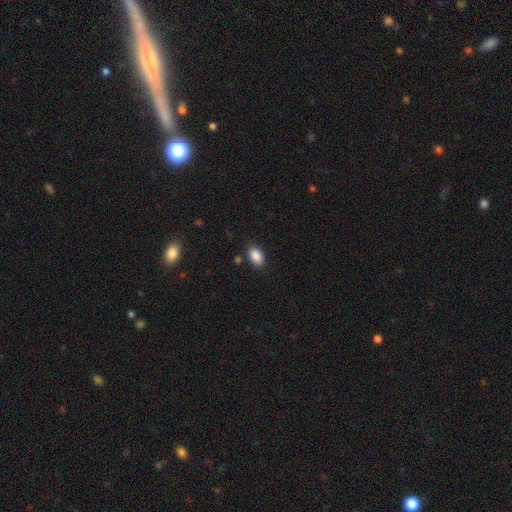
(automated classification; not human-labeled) smooth-or-featured: smooth: 88% | star or artifact: 8% | featured or disk: 4%
  how-rounded: in between: 90% | round: 9% | cigar-shaped: 1%
  merging: none: 83% | minor disturbance: 12% | major disturbance: 3% | merger: 2%